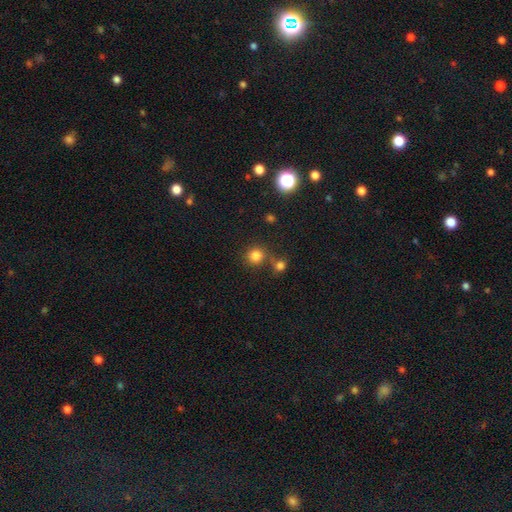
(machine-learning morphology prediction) smooth_or_featured: smooth (p=0.80) [alt: star or artifact p=0.14]
how_rounded: round (p=0.91) [alt: in between p=0.08]
merging: none (p=0.67) [alt: merger p=0.20]